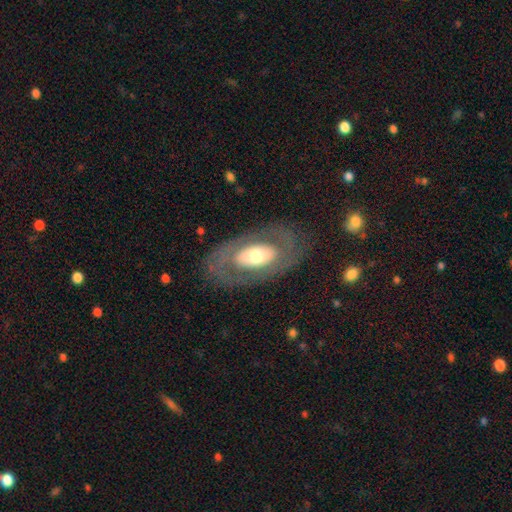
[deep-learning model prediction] A featured or disk galaxy (58%) with no bar (79%), no spiral arms (77%) and a moderate central bulge (56%).

Vote fractions:
- Smooth or featured? featured or disk: 58% / smooth: 37% / star or artifact: 6%
- Edge-on disk? no: 89% / yes: 11%
- Bar? no: 79% / weak: 13% / strong: 8%
- Spiral arms? no: 77% / yes: 23%
- Bulge size? moderate: 56% / large: 26% / small: 13% / dominant: 3% / none: 1%
- Merging? none: 78% / minor disturbance: 12% / major disturbance: 9% / merger: 1%